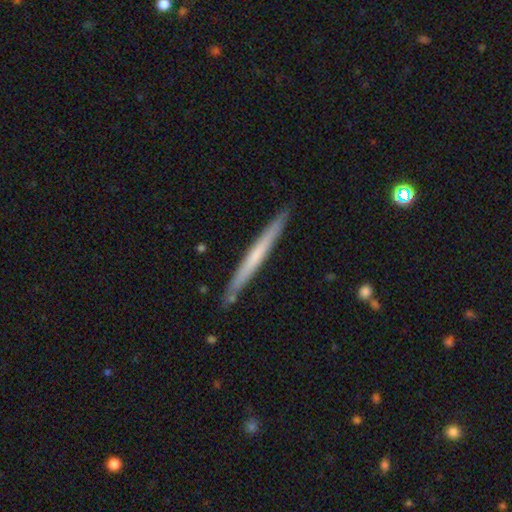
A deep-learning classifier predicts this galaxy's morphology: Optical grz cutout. It shows a smooth galaxy with no disk features (48%). Merging: none (90%).